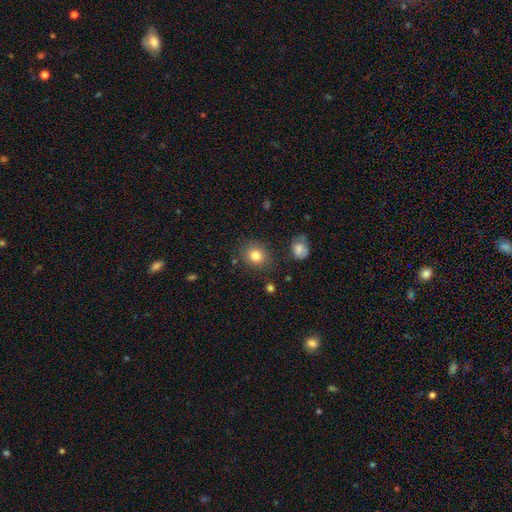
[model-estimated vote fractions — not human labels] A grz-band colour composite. It shows a smooth galaxy with no disk features (82%) that is round (65%). Merging: none (82%).